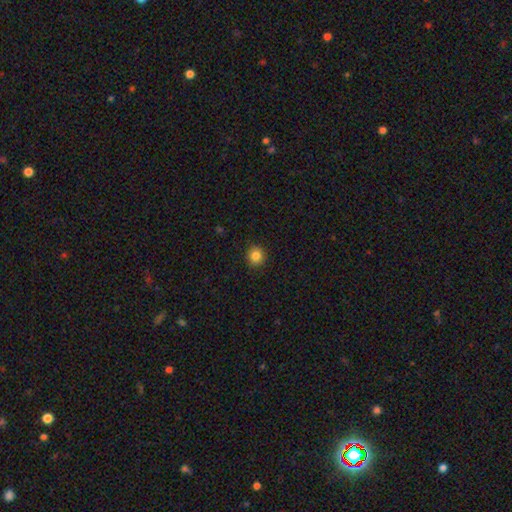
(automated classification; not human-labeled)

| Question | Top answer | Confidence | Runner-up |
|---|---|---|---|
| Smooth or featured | smooth | 85% | star or artifact (11%) |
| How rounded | round | 89% | in between (10%) |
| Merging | none | 92% | minor disturbance (6%) |